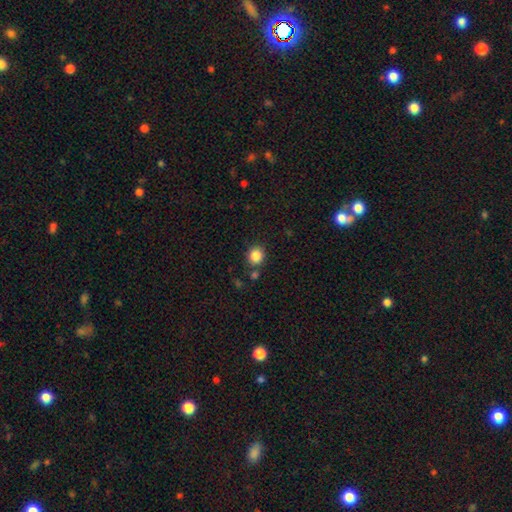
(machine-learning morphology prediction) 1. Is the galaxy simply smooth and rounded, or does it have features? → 85% smooth, 11% star or artifact, 4% featured or disk.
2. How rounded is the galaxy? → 84% round, 15% in between, 1% cigar-shaped.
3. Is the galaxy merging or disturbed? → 80% none, 10% minor disturbance, 7% merger, 3% major disturbance.